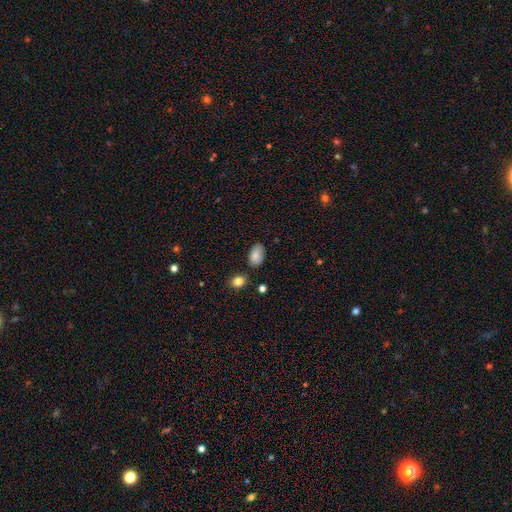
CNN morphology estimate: Smooth or featured? smooth (85%)
How rounded? in between (92%)
Merging? none (75%)